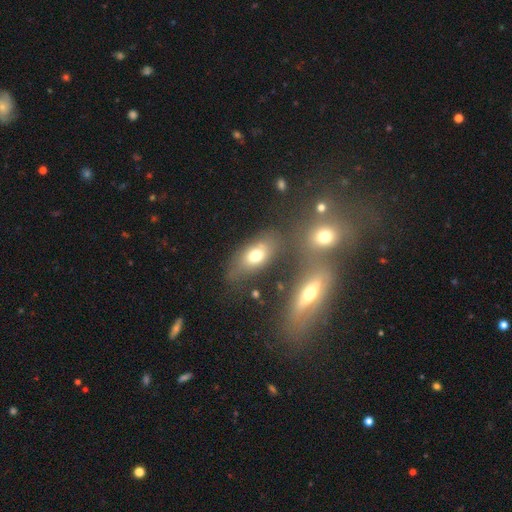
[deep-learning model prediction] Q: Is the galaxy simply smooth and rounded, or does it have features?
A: smooth — 69%.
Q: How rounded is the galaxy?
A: in between — 81%.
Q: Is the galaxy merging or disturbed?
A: none — 61%.